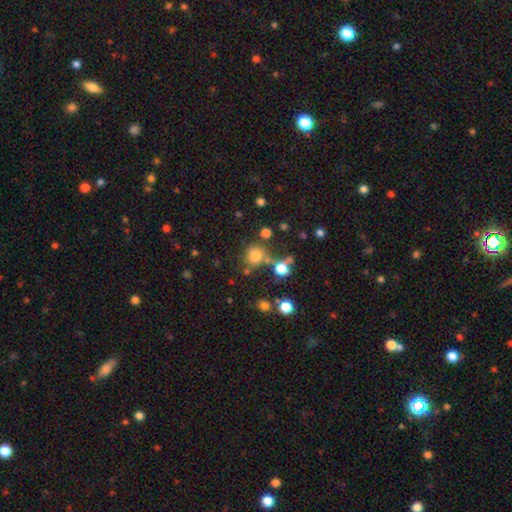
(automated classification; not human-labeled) This appears to be a smooth galaxy with no disk features (74%) that is round (83%). Merging: none (63%).